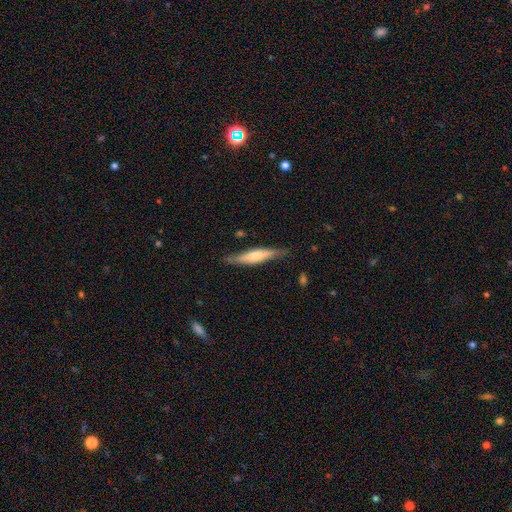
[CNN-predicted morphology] smooth 49%, featured or disk 46%, star or artifact 6%. Down the decision tree: merging — none (81%).